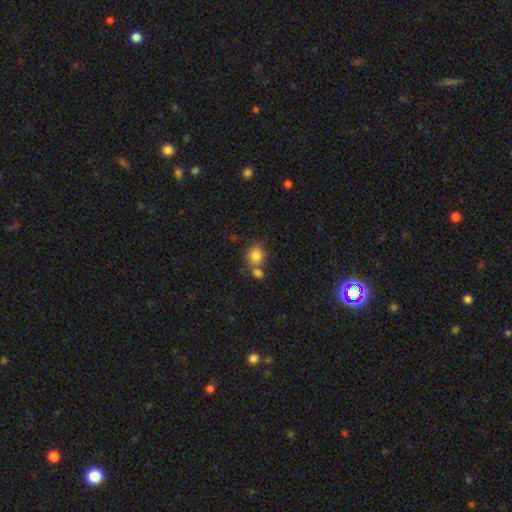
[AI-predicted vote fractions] Smooth or featured? Predicted: smooth (p=0.83). How rounded? Predicted: round (p=0.77). Merging? Predicted: none (p=0.48).